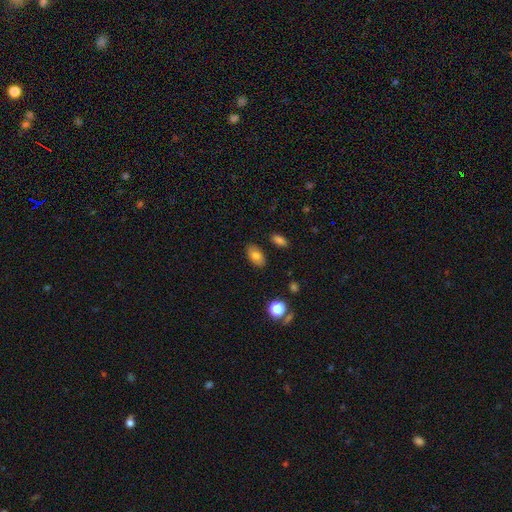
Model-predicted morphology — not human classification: A smooth galaxy with no disk features (77%) that is in between round and cigar-shaped (91%). Merging: none (85%).